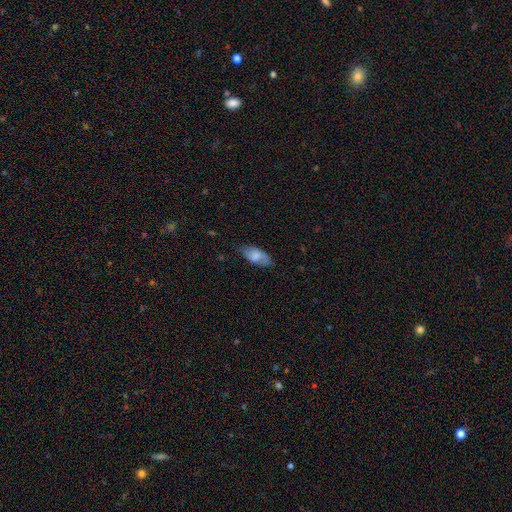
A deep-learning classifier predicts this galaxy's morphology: Q: Smooth or featured?
A: smooth (71%); runner-up: featured or disk (22%)
Q: How rounded?
A: in between (88%); runner-up: cigar-shaped (9%)
Q: Merging?
A: none (70%); runner-up: minor disturbance (23%)